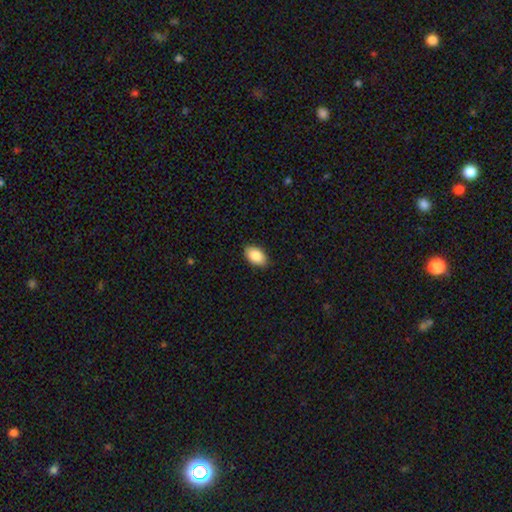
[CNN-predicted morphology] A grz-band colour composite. It shows a smooth galaxy with no disk features (88%) that is in between round and cigar-shaped (93%). Merging: none (87%).